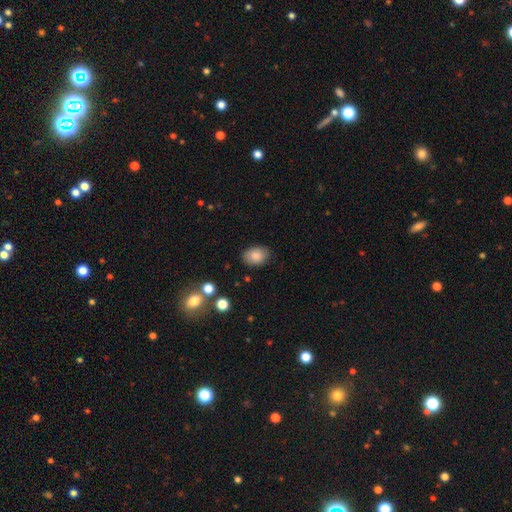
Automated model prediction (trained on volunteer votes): The model was most divided on "how rounded": in between: 75%, round: 24%, cigar-shaped: 1%. More confident: smooth or featured — smooth (85%); merging — none (84%).